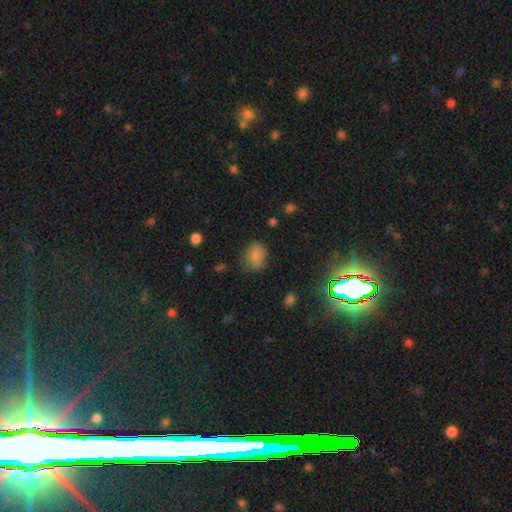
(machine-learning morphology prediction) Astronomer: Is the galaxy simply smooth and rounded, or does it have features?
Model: smooth — 80%.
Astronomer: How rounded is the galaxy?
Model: in between — 63%.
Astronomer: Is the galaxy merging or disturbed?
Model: none — 68%.